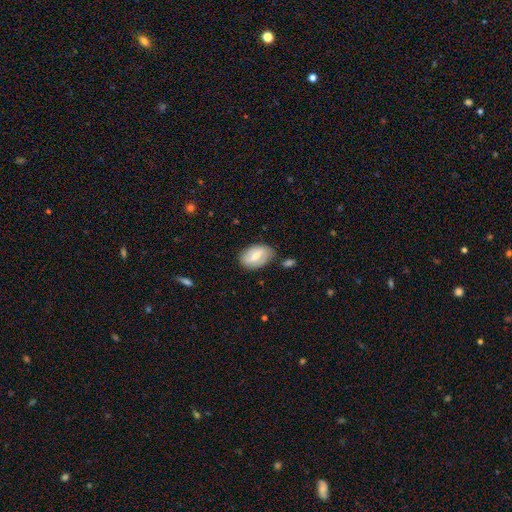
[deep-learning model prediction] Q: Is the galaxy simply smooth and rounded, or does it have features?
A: smooth — 60%.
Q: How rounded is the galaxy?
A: in between — 91%.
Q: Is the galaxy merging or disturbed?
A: none — 75%.